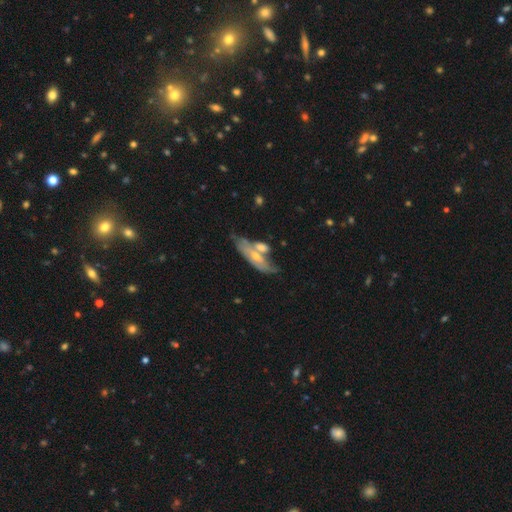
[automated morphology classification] featured or disk 57%, smooth 37%, star or artifact 6%. Down the decision tree: edge-on disk — no (72%); merging — merger (40%).